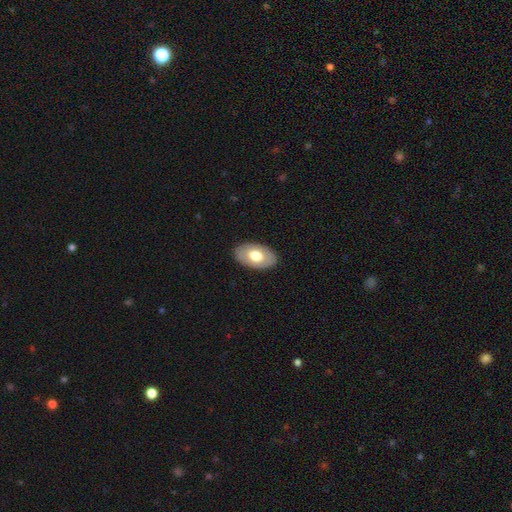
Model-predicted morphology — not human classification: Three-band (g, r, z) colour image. It shows a smooth galaxy with no disk features (61%) that is in between round and cigar-shaped (93%). Merging: none (87%).